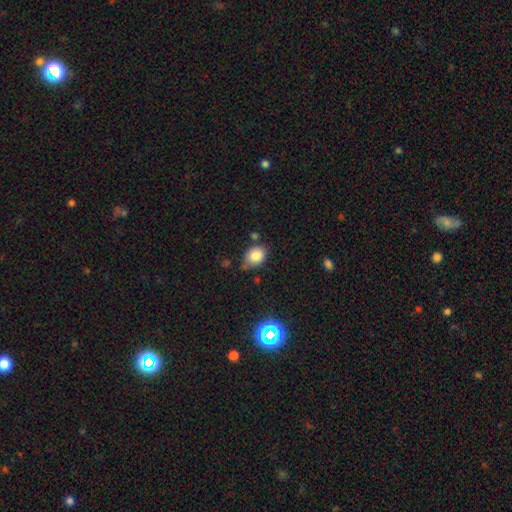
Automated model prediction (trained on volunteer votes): Morphology: type=smooth (82%); roundness=in between (61%); merging=none (61%).